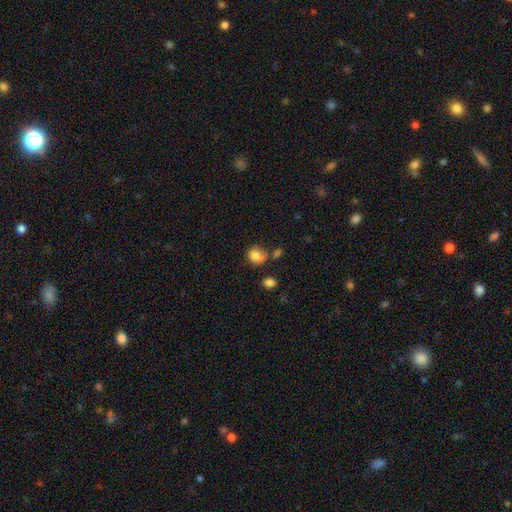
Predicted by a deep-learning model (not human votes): Q: Smooth or featured?
A: smooth (83%); runner-up: star or artifact (10%)
Q: How rounded?
A: round (79%); runner-up: in between (20%)
Q: Merging?
A: none (58%); runner-up: minor disturbance (21%)